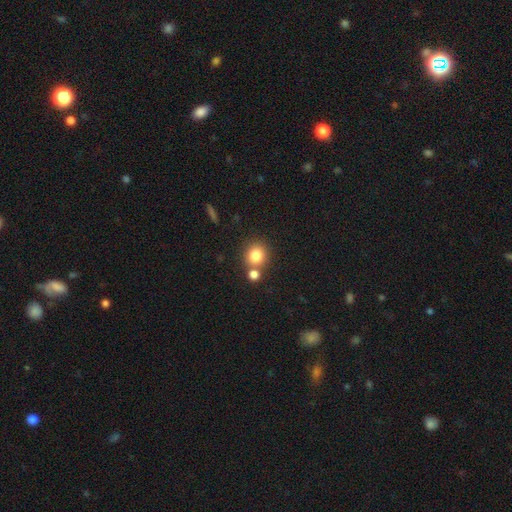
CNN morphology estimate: This is clearly a smooth galaxy (81%). How rounded: clearly round (87%). Merging: likely none (64%).